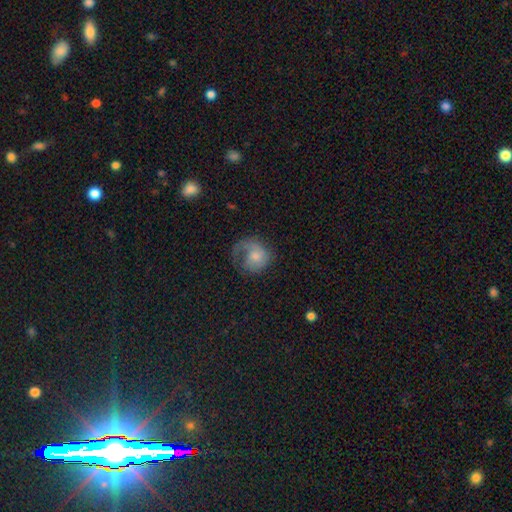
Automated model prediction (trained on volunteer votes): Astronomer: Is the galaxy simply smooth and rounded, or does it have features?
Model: featured or disk — 54% (runner-up: smooth, 38%).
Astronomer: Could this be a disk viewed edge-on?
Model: no — 98%.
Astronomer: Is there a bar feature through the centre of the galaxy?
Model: no — 73%.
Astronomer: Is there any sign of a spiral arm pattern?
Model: yes — 82%.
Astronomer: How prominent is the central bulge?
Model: moderate — 39% (runner-up: small, 35%).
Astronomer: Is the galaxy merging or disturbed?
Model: major disturbance — 39%, tied with none at 39%.